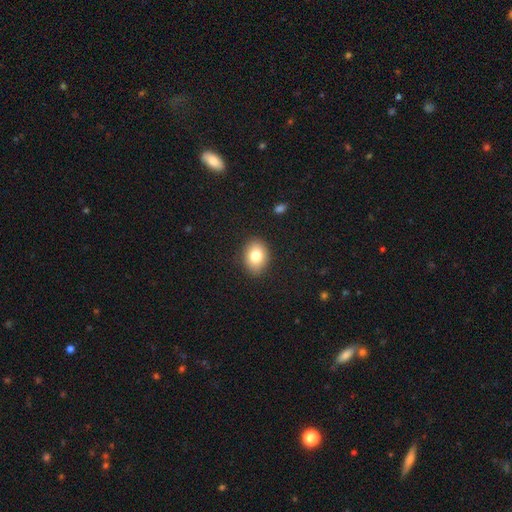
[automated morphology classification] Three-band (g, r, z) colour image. It shows a smooth galaxy with no disk features (79%) that is in between round and cigar-shaped (60%). Merging: none (88%).